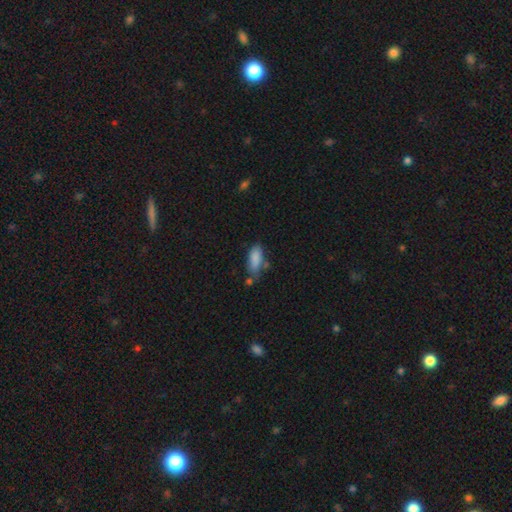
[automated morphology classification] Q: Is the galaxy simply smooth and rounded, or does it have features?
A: smooth — 85%.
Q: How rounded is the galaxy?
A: in between — 80%.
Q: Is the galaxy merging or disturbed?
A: none — 56%.